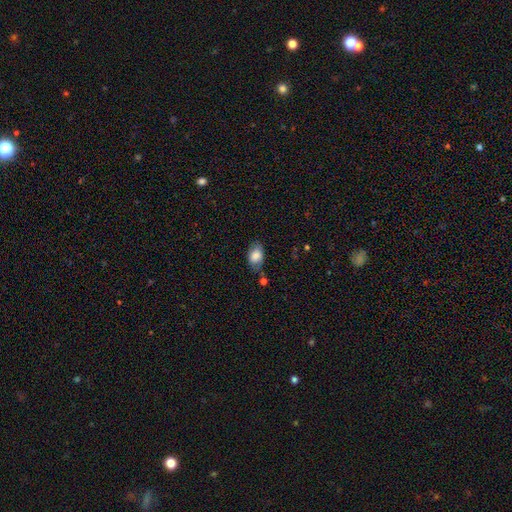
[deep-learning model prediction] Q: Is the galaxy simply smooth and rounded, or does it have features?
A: smooth — 79%.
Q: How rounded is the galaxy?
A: in between — 88%.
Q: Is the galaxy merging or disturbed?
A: none — 63%.